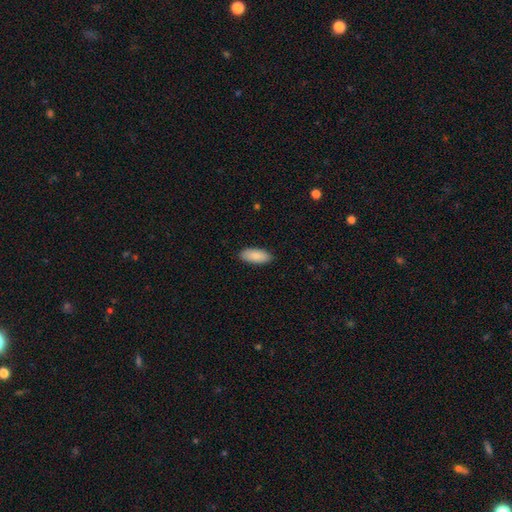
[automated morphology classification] The model was most divided on "how rounded": in between: 87%, cigar-shaped: 11%, round: 2%. More confident: smooth or featured — smooth (90%); merging — none (89%).